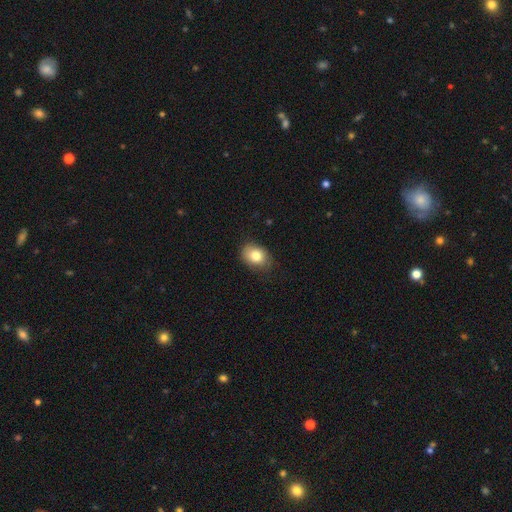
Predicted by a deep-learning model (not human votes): Smooth or featured: smooth — 81% (featured or disk — 10%)
How rounded: in between — 67% (round — 32%)
Merging: none — 78% (minor disturbance — 17%)